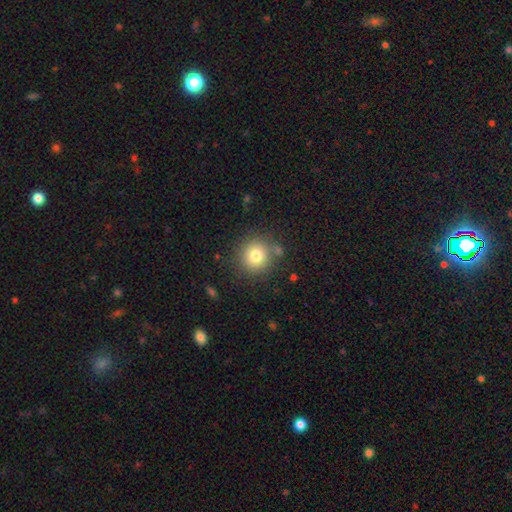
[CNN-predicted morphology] Smooth or featured? Predicted: smooth (p=0.78). How rounded? Predicted: round (p=0.93). Merging? Predicted: none (p=0.82).